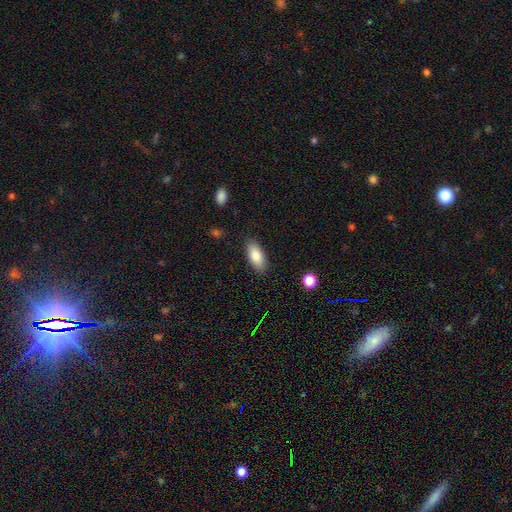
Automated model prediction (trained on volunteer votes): Q: Smooth or featured?
A: smooth (84%); runner-up: featured or disk (9%)
Q: How rounded?
A: in between (85%); runner-up: cigar-shaped (13%)
Q: Merging?
A: none (86%); runner-up: minor disturbance (10%)